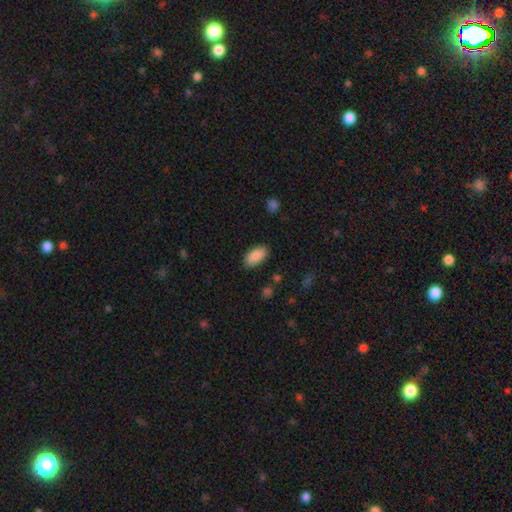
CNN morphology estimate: Q: Smooth or featured?
A: smooth (90%); runner-up: star or artifact (6%)
Q: How rounded?
A: in between (94%); runner-up: cigar-shaped (4%)
Q: Merging?
A: none (86%); runner-up: minor disturbance (10%)